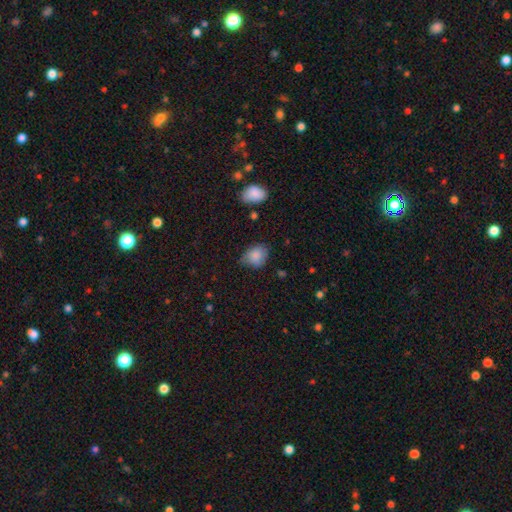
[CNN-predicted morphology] type=smooth (84%); roundness=in between (59%); merging=none (55%).